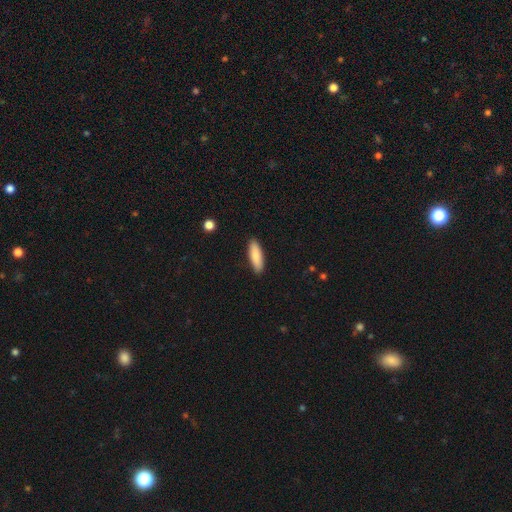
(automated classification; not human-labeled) Smooth or featured? smooth (86%)
How rounded? in between (49%, tied with cigar-shaped)
Merging? none (89%)